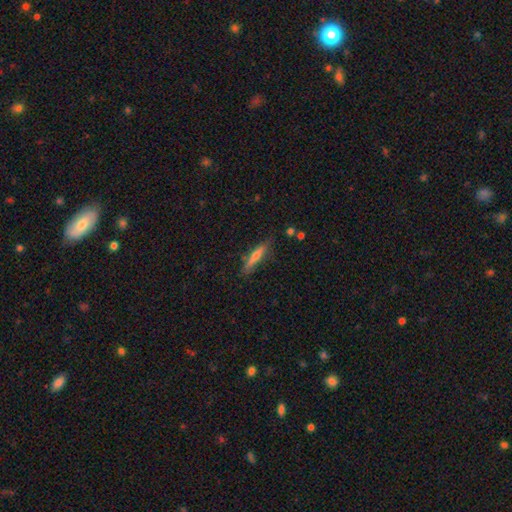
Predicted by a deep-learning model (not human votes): A smooth galaxy with no disk features (51%) that is cigar-shaped (88%). Merging: none (81%).